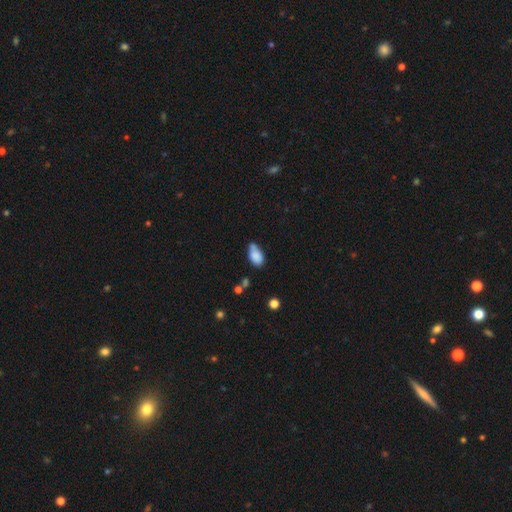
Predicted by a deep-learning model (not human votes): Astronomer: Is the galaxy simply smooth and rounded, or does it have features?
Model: smooth — 82%.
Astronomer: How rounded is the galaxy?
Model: in between — 90%.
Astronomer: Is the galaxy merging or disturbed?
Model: none — 39% (runner-up: minor disturbance, 32%).